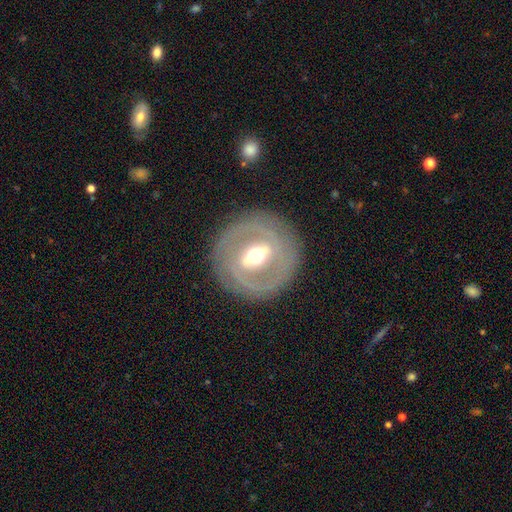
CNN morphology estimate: smooth_or_featured: featured or disk (p=0.77) [alt: smooth p=0.17]
disk_edge_on: no (p=0.90) [alt: yes p=0.10]
bar: strong (p=0.59) [alt: weak p=0.30]
has_spiral_arms: yes (p=0.54) [alt: no p=0.46]
bulge_size: moderate (p=0.68) [alt: large p=0.16]
merging: none (p=0.85) [alt: minor disturbance p=0.09]